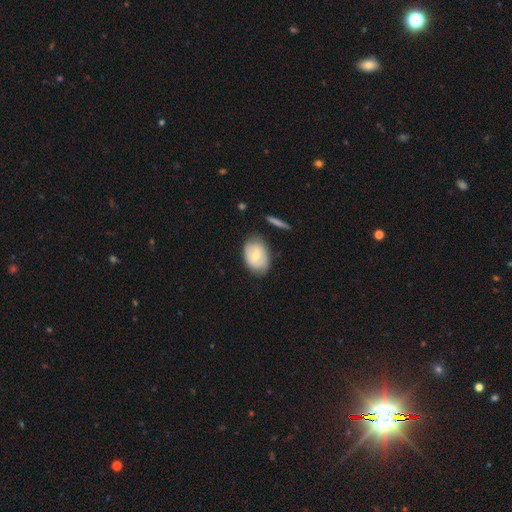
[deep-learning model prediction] A smooth galaxy with no disk features (62%) that is in between round and cigar-shaped (78%).

Vote fractions:
- Smooth or featured? smooth: 62% / featured or disk: 32% / star or artifact: 6%
- How rounded? in between: 78% / round: 21% / cigar-shaped: 1%
- Merging? none: 73% / minor disturbance: 20% / major disturbance: 4% / merger: 3%